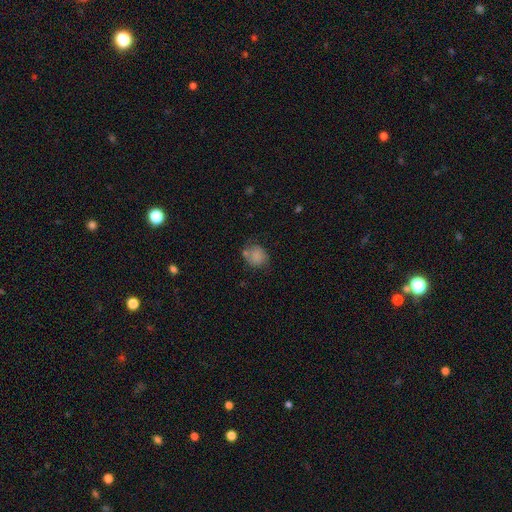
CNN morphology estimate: smooth 80%, featured or disk 10%, star or artifact 10%. Down the decision tree: how rounded — round (70%); merging — none (57%).